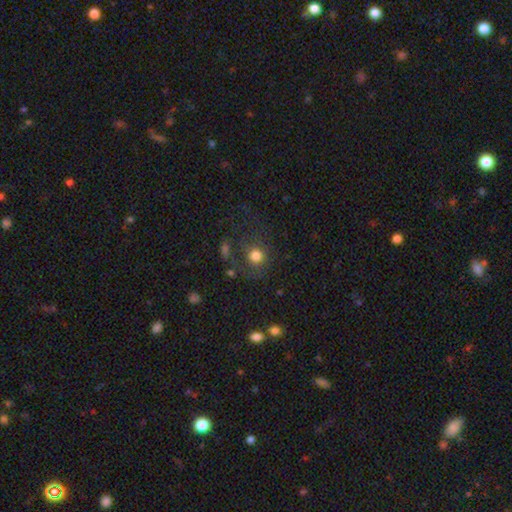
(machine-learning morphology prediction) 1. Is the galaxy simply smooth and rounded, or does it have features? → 75% smooth, 13% star or artifact, 12% featured or disk.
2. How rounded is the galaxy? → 89% round, 10% in between, 1% cigar-shaped.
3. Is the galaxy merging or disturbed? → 66% none, 15% minor disturbance, 13% major disturbance, 6% merger.